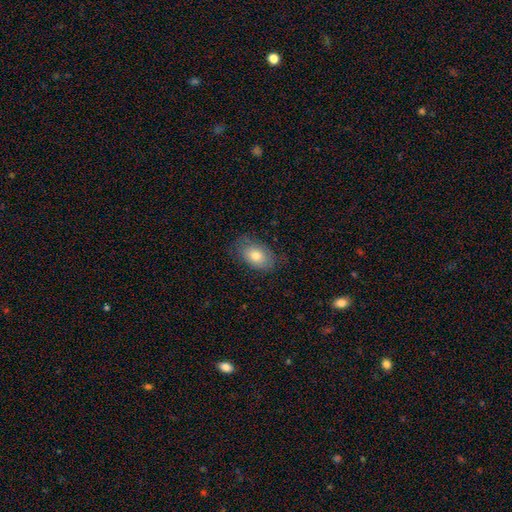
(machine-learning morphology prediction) smooth-or-featured: smooth: 75% | featured or disk: 17% | star or artifact: 8%
  how-rounded: in between: 88% | round: 11% | cigar-shaped: 1%
  merging: none: 75% | minor disturbance: 19% | major disturbance: 5% | merger: 1%